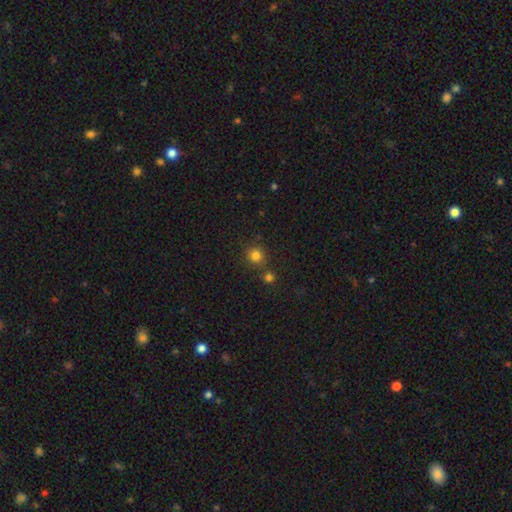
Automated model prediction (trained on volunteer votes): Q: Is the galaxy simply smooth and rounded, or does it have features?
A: smooth — 80%.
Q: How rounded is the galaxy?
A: round — 92%.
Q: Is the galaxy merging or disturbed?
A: none — 77%.